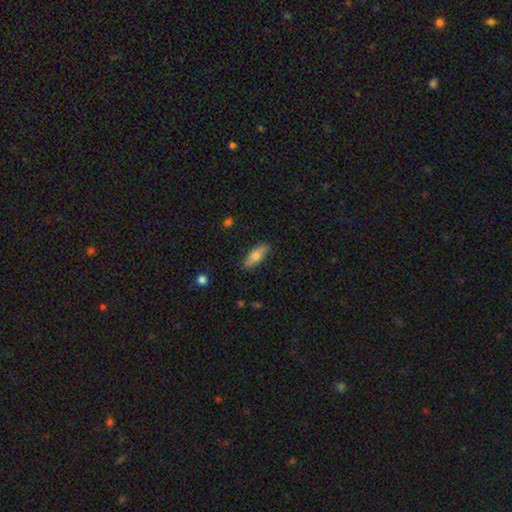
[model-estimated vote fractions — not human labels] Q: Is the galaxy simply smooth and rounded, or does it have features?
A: smooth — 68%.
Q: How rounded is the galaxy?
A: in between — 71%.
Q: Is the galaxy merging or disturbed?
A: none — 85%.